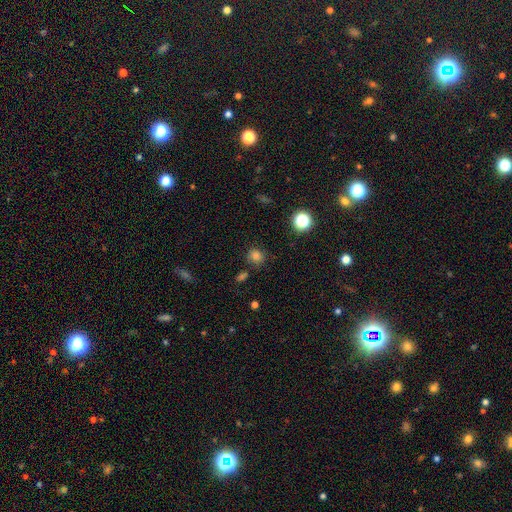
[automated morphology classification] Overall: smooth (78%). How rounded: round (78%). Merging: none (76%).